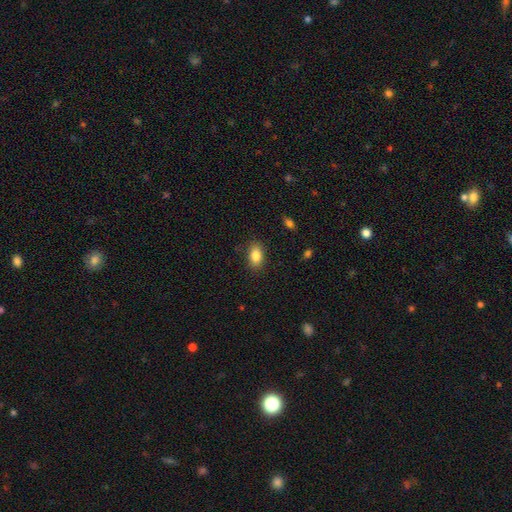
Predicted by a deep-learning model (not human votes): Morphology: type=smooth (85%); roundness=in between (87%); merging=none (85%).